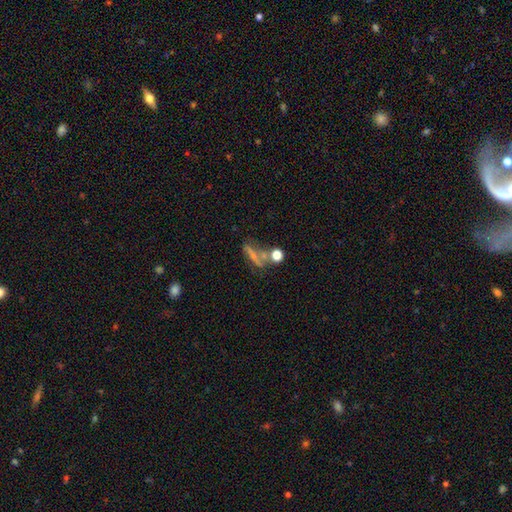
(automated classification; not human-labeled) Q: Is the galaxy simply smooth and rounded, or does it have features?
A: smooth — 49%.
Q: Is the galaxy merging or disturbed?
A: none — 38%.